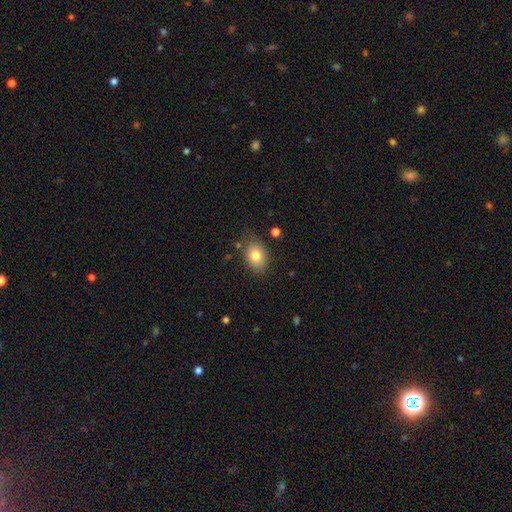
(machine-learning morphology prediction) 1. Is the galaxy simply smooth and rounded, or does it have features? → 80% smooth, 11% featured or disk, 9% star or artifact.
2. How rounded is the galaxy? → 71% in between, 28% round, 1% cigar-shaped.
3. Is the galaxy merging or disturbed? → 78% none, 16% minor disturbance, 4% major disturbance, 3% merger.